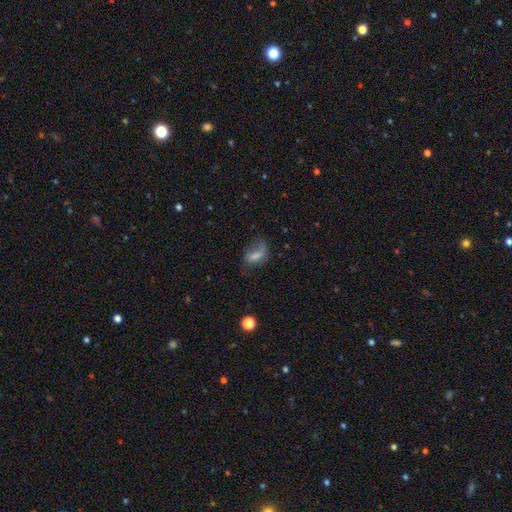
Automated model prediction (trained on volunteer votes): This is possibly a smooth galaxy (59%). How rounded: clearly in between (83%). Merging: marginally major disturbance (36%).